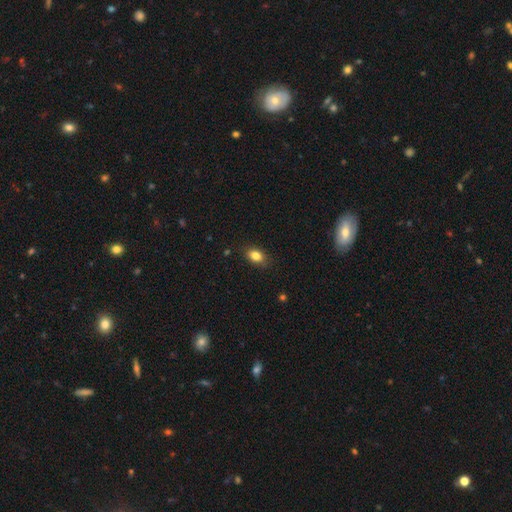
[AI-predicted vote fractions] smooth_or_featured: smooth (p=0.84) [alt: star or artifact p=0.09]
how_rounded: in between (p=0.79) [alt: round p=0.18]
merging: none (p=0.82) [alt: minor disturbance p=0.14]